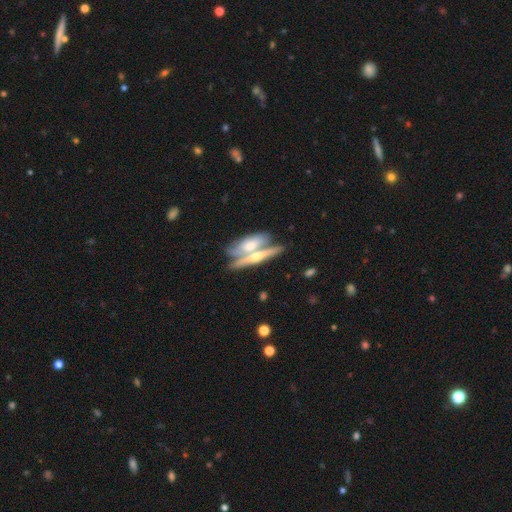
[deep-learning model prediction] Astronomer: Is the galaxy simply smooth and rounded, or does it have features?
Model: featured or disk — 60%.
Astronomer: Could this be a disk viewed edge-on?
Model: yes — 80%.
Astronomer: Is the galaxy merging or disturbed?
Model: merger — 48% (runner-up: none, 39%).